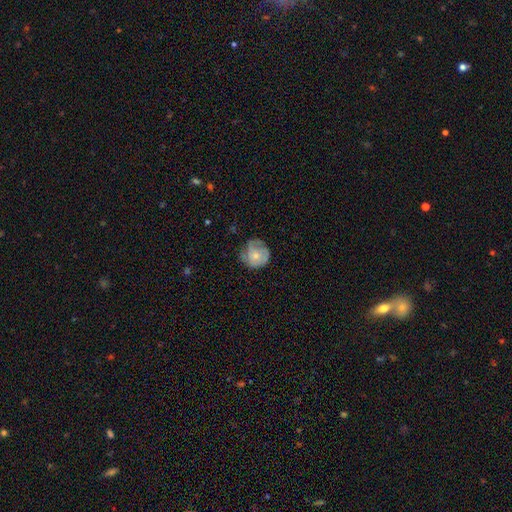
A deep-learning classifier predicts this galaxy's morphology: smooth-or-featured: smooth: 49% | featured or disk: 44% | star or artifact: 7%
  merging: none: 57% | minor disturbance: 29% | major disturbance: 13% | merger: 1%